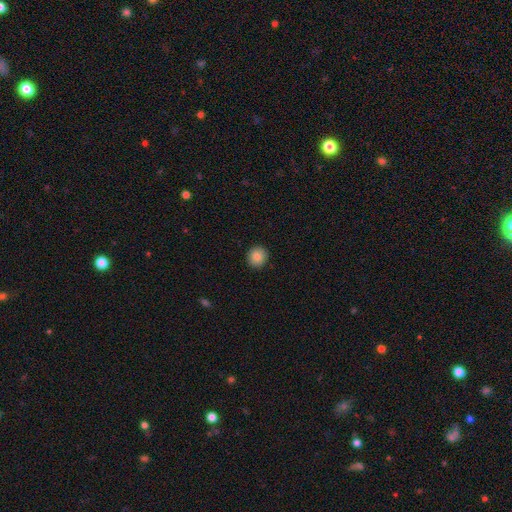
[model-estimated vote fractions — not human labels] This is clearly a smooth galaxy (85%). How rounded: clearly round (93%). Merging: clearly none (93%).